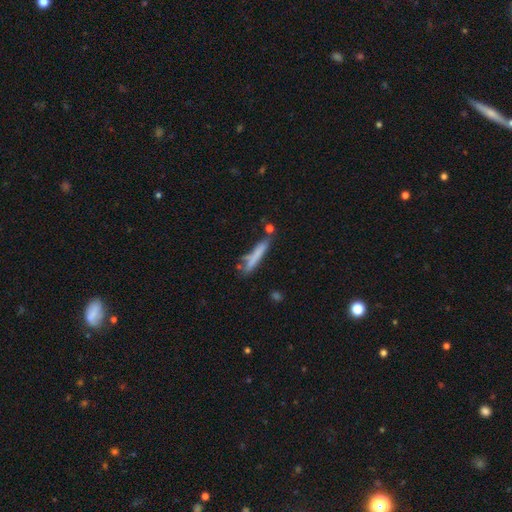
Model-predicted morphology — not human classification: This is likely a smooth galaxy (67%). How rounded: clearly cigar-shaped (93%). Merging: likely none (65%).